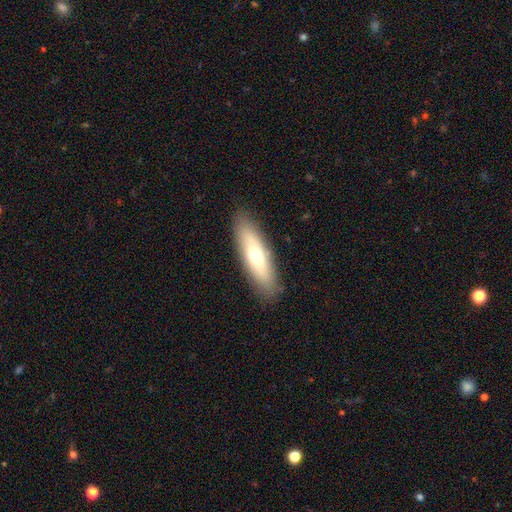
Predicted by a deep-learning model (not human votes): Smooth or featured? Predicted: smooth (p=0.58). How rounded? Predicted: cigar-shaped (p=0.56). Merging? Predicted: none (p=0.88).